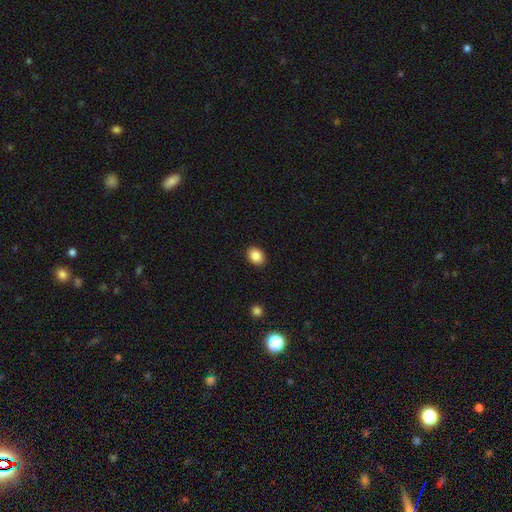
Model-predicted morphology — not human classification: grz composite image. It shows a smooth galaxy with no disk features (87%) that is in between round and cigar-shaped (63%). Merging: none (90%).